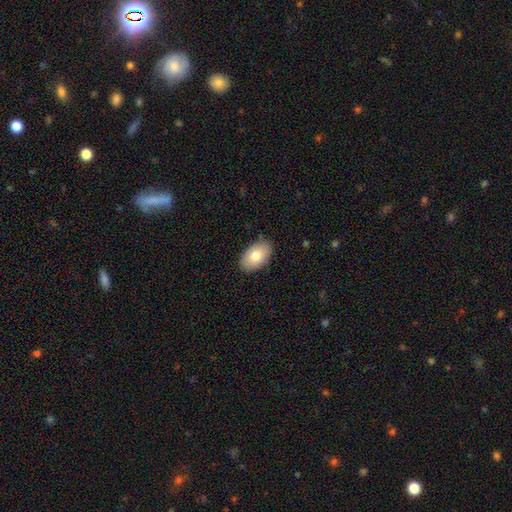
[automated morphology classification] Smooth or featured: smooth — 79% (featured or disk — 14%)
How rounded: in between — 93% (round — 6%)
Merging: none — 87% (minor disturbance — 10%)